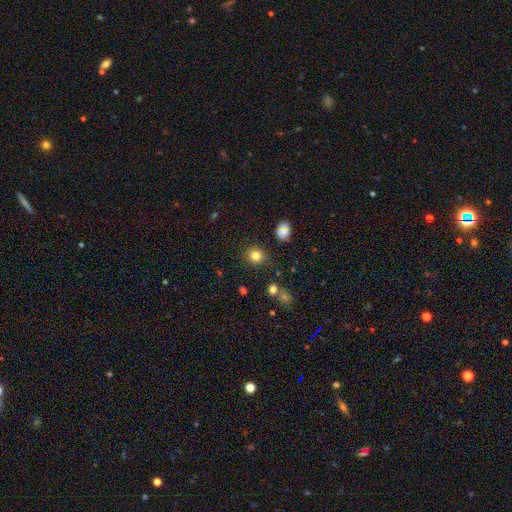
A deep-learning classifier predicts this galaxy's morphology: Smooth or featured? smooth (80%)
How rounded? round (89%)
Merging? none (85%)